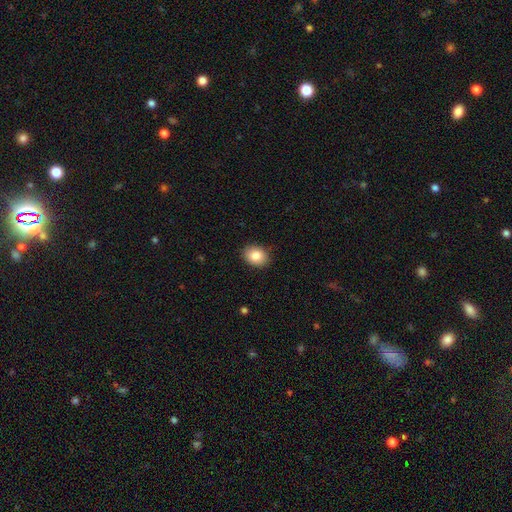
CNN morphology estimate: The model was most divided on "how rounded": in between: 61%, round: 39%, cigar-shaped: 1%. More confident: merging — none (88%); smooth or featured — smooth (86%).